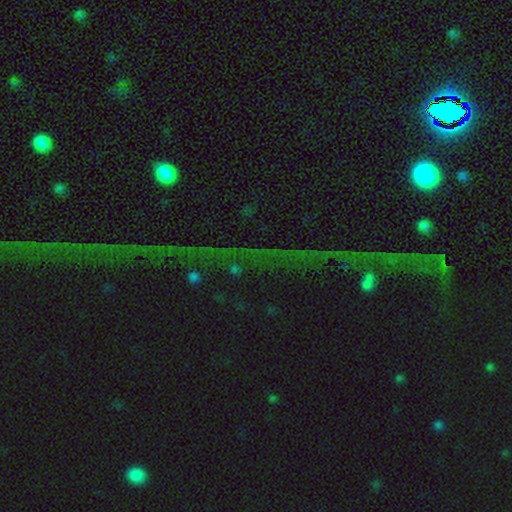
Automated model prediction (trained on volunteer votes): smooth_or_featured: star or artifact (p=0.75) [alt: featured or disk p=0.14]